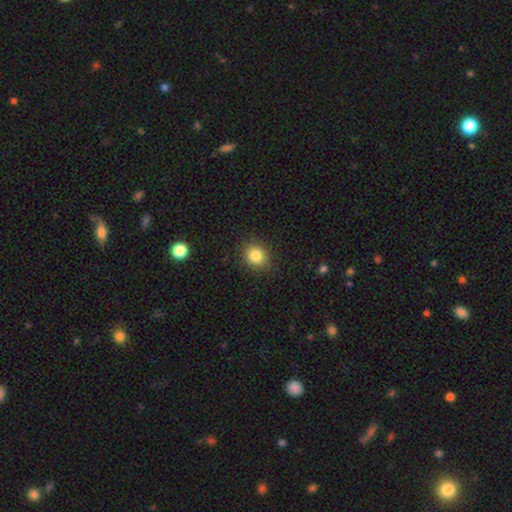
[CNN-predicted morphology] The model was most divided on "how rounded": round: 75%, in between: 24%, cigar-shaped: 1%. More confident: merging — none (87%); smooth or featured — smooth (83%).